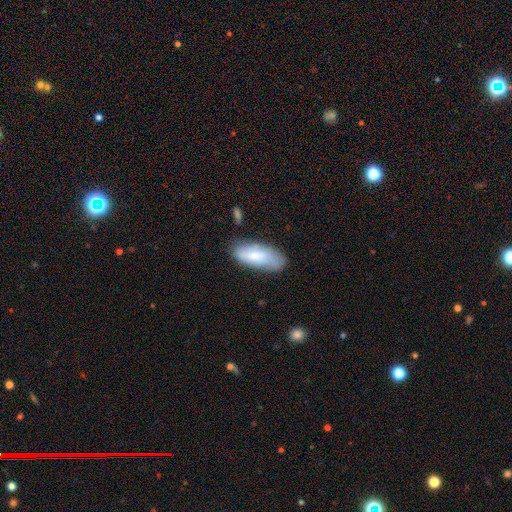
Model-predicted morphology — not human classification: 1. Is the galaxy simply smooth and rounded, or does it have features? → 75% smooth, 19% featured or disk, 6% star or artifact.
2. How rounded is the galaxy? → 78% in between, 20% cigar-shaped, 2% round.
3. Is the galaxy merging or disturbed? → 69% none, 23% minor disturbance, 5% major disturbance, 3% merger.